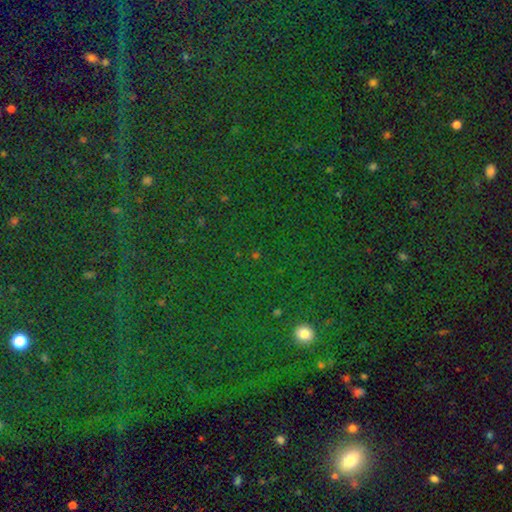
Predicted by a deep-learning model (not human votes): Smooth or featured: star or artifact — 57% (smooth — 35%)